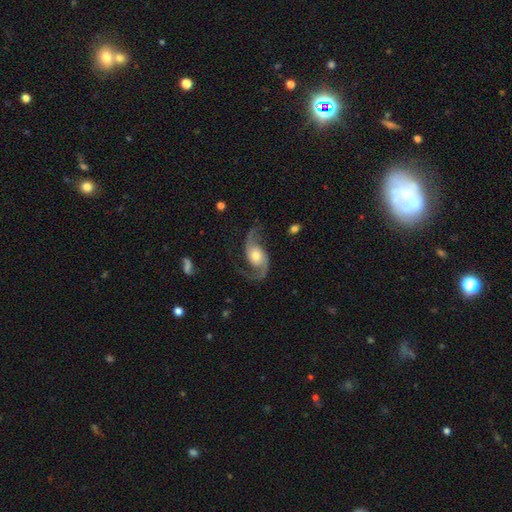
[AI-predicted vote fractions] A featured or disk galaxy (90%) with no bar (64%), 2 (94%) loose (61%) spiral arms (97%) and a moderate central bulge (63%). Merging: none (73%).